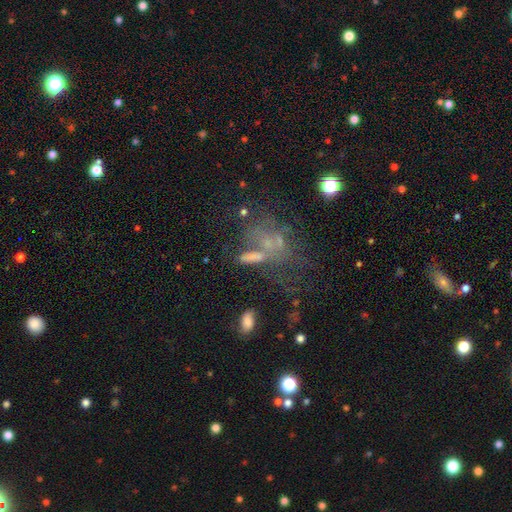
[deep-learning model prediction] featured or disk 42%, smooth 33%, star or artifact 25%. Down the decision tree: merging — none (34%).